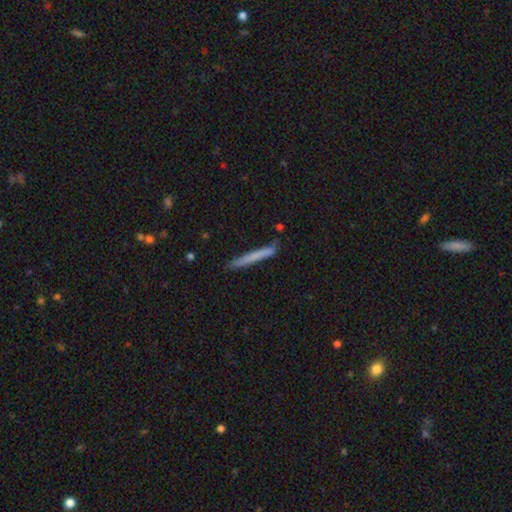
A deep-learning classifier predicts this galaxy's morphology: Smooth or featured? Predicted: smooth (p=0.67). How rounded? Predicted: cigar-shaped (p=0.97). Merging? Predicted: none (p=0.84).